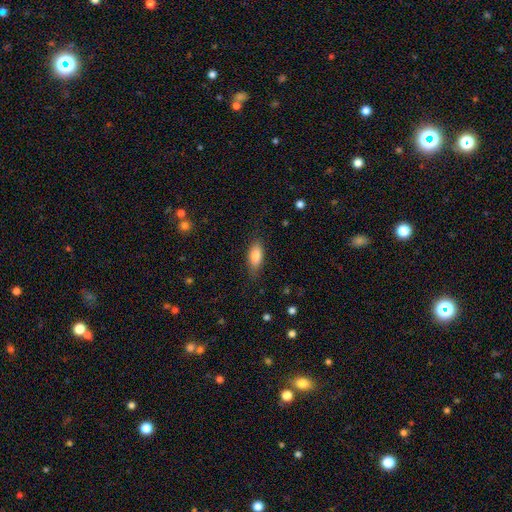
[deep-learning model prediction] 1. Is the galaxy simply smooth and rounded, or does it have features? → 83% smooth, 10% featured or disk, 7% star or artifact.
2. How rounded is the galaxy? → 85% in between, 12% cigar-shaped, 3% round.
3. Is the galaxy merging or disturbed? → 78% none, 16% minor disturbance, 4% major disturbance, 1% merger.